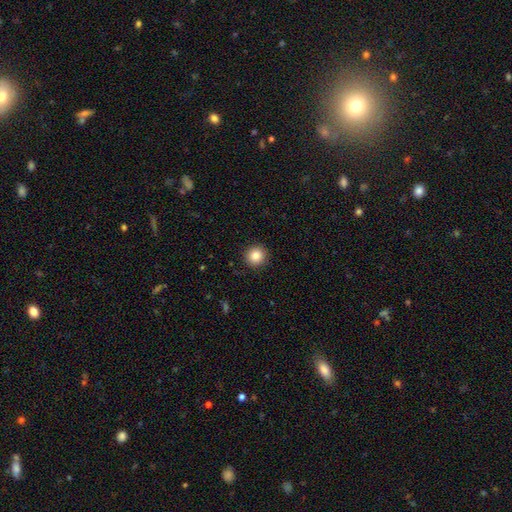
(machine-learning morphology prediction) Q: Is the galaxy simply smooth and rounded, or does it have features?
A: smooth — 86%.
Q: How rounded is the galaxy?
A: round — 94%.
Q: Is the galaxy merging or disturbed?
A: none — 92%.